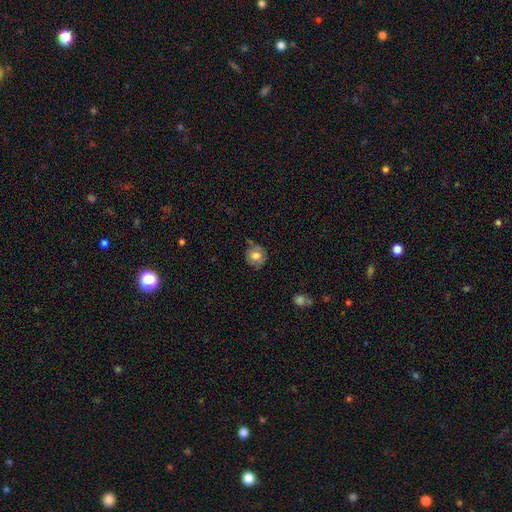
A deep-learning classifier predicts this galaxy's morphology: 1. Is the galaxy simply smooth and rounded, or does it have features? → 75% smooth, 16% featured or disk, 9% star or artifact.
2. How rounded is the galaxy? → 88% round, 11% in between, 1% cigar-shaped.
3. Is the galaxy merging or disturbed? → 69% none, 22% minor disturbance, 5% major disturbance, 4% merger.